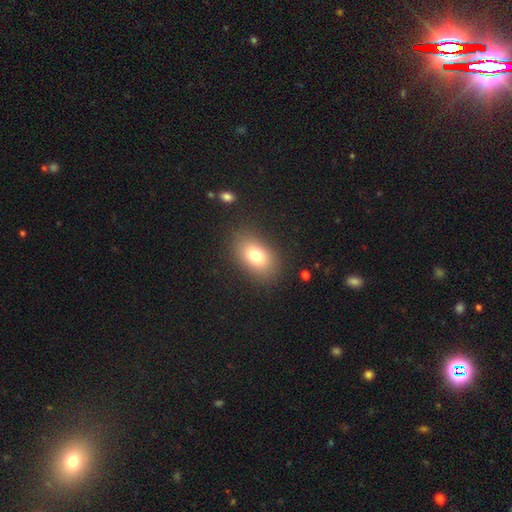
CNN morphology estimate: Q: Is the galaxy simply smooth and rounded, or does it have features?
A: smooth — 77%.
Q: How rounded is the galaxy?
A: in between — 84%.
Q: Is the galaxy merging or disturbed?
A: none — 85%.